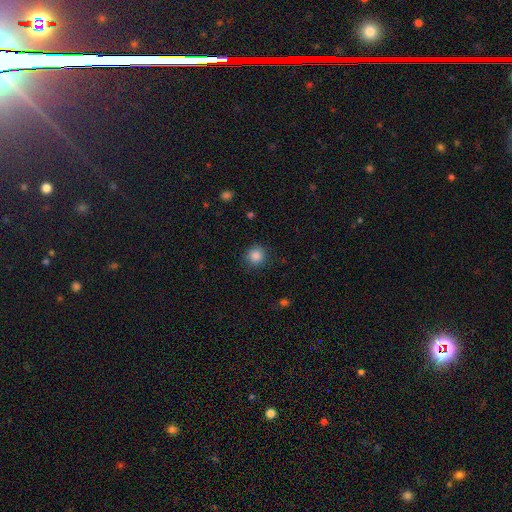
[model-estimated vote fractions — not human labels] Q: Smooth or featured?
A: smooth (86%); runner-up: star or artifact (11%)
Q: How rounded?
A: round (92%); runner-up: in between (7%)
Q: Merging?
A: none (86%); runner-up: minor disturbance (10%)